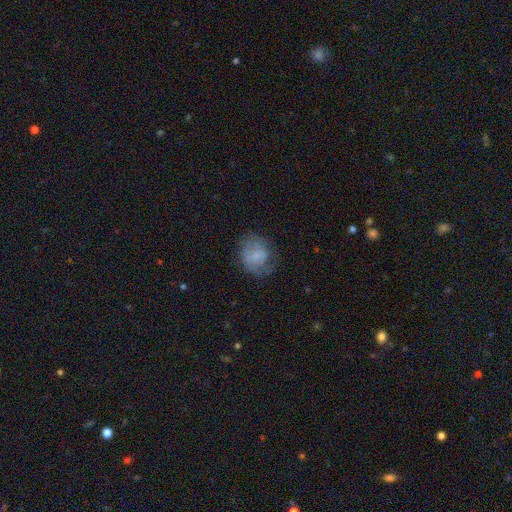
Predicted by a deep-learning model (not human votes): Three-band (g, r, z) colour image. It shows a smooth galaxy with no disk features (51%) that is round (64%). Merging: none (56%).